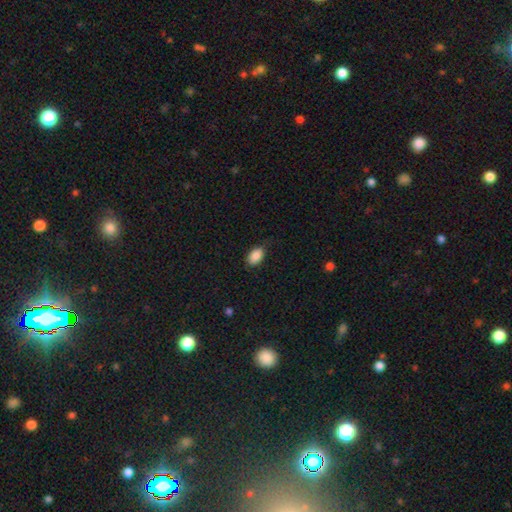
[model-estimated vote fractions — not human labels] Morphology: type=smooth (89%); roundness=in between (91%); merging=none (78%).